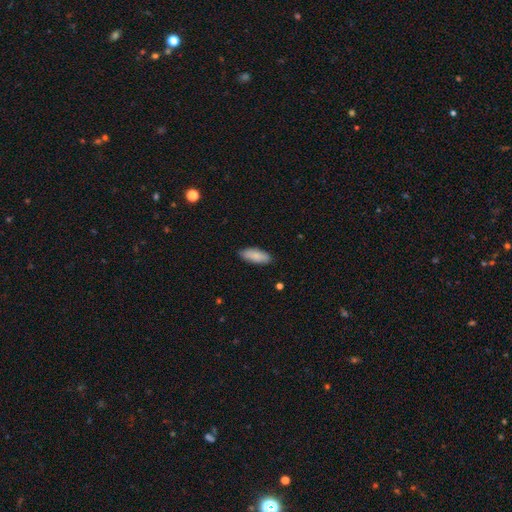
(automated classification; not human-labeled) This appears to be a smooth galaxy with no disk features (86%) that is in between round and cigar-shaped (77%). Merging: none (87%).